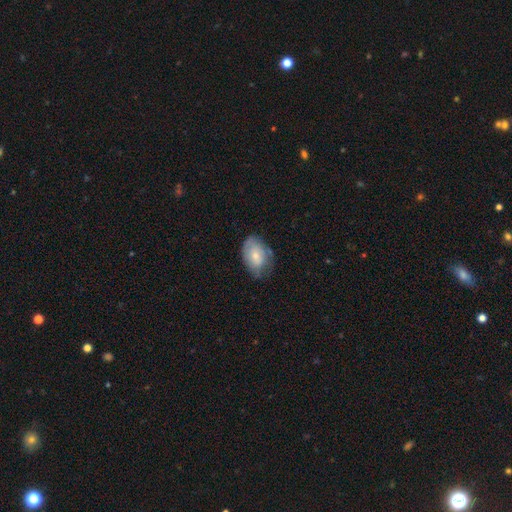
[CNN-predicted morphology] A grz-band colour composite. It shows a smooth galaxy with no disk features (66%) that is in between round and cigar-shaped (83%). Merging: none (53%).